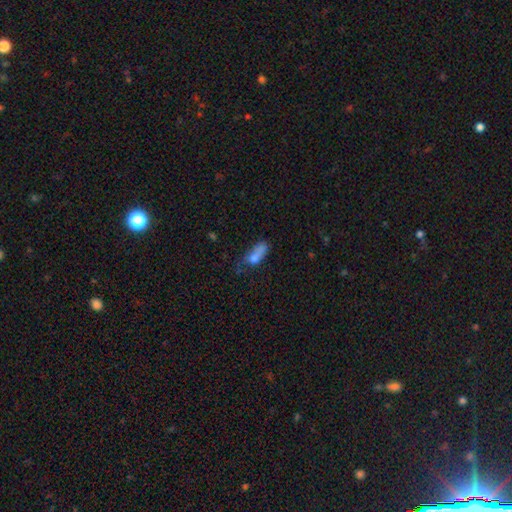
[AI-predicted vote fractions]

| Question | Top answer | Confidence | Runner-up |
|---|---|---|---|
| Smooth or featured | smooth | 72% | featured or disk (16%) |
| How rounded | in between | 71% | cigar-shaped (23%) |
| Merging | none | 28% | tied: major disturbance (28%) |